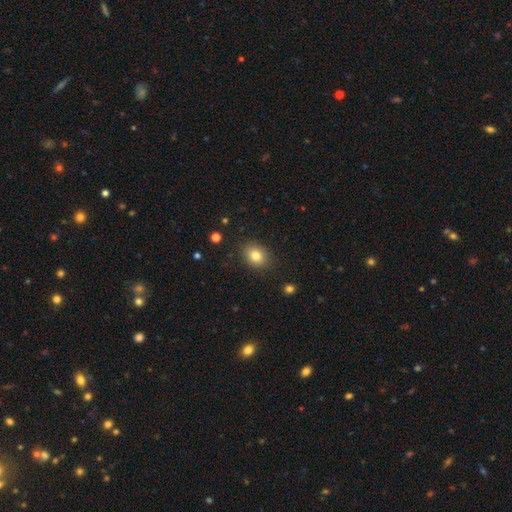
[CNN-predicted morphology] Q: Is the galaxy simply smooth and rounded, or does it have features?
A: smooth — 82%.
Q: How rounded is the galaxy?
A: in between — 52%.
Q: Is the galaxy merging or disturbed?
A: none — 87%.